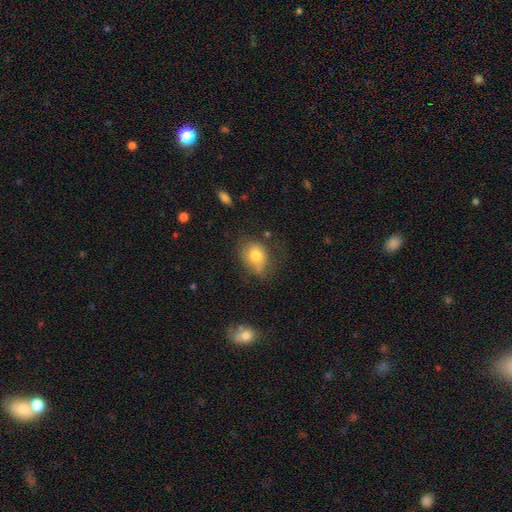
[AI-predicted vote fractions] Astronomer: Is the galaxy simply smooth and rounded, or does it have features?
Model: smooth — 76%.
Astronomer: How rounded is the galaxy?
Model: in between — 54% (runner-up: round, 45%).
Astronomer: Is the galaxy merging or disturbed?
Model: none — 54% (runner-up: minor disturbance, 29%).